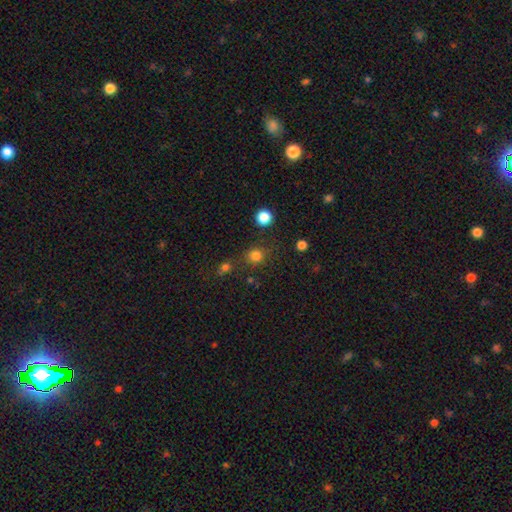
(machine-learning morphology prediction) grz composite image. It shows a smooth galaxy with no disk features (78%) that is round (87%). Merging: none (77%).